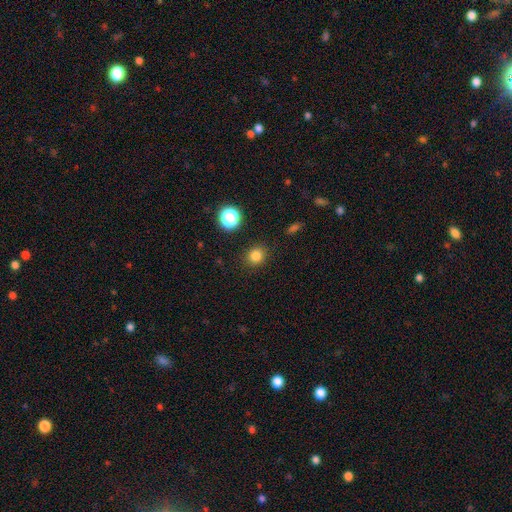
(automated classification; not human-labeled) This is clearly a smooth galaxy (81%). How rounded: clearly round (81%). Merging: clearly none (88%).